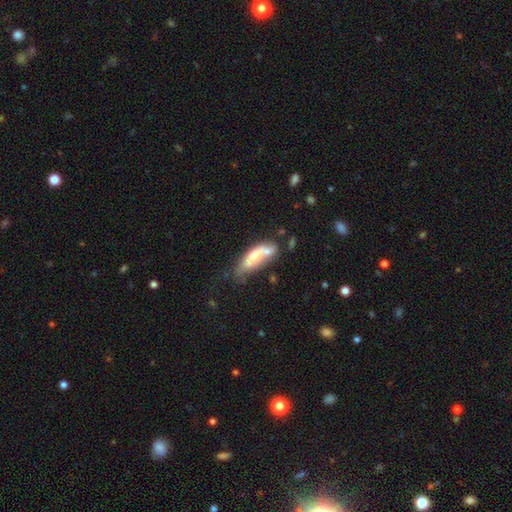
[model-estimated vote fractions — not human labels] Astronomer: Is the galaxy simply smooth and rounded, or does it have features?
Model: smooth — 52% (runner-up: featured or disk, 40%).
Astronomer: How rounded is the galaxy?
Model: in between — 66%.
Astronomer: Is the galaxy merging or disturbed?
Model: merger — 40% (runner-up: none, 26%).